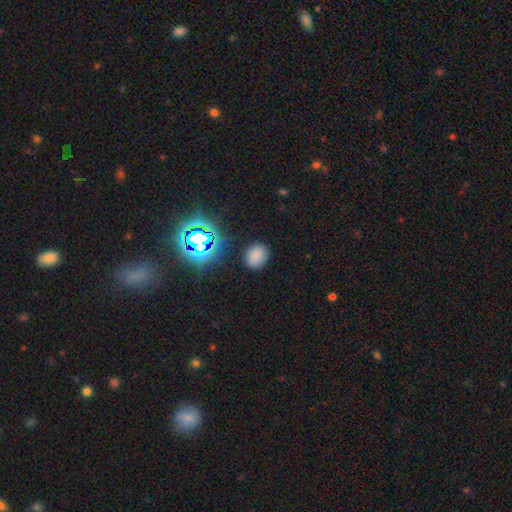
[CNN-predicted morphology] Smooth or featured? Predicted: smooth (p=0.72). How rounded? Predicted: round (p=0.54). Merging? Predicted: none (p=0.83).